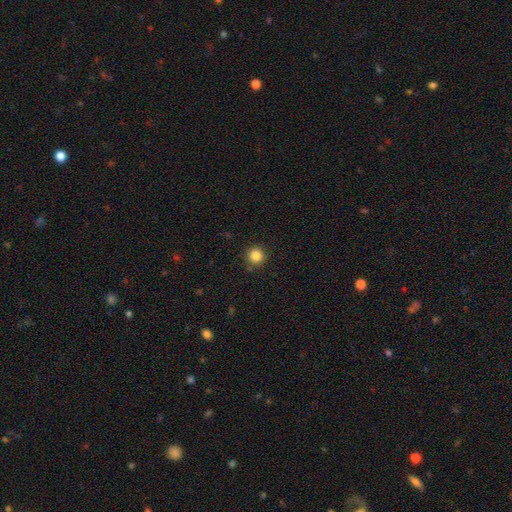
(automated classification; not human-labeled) Morphology: type=smooth (85%); roundness=round (94%); merging=none (87%).